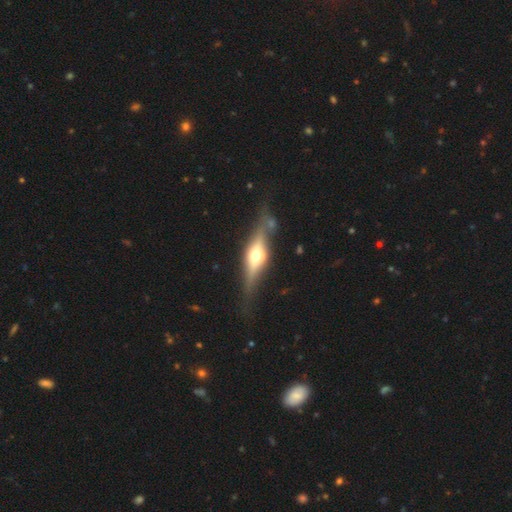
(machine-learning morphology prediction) Overall: featured or disk (73%). Edge-on disk: yes (92%). Edge-on bulge: rounded (91%). Merging: none (71%).